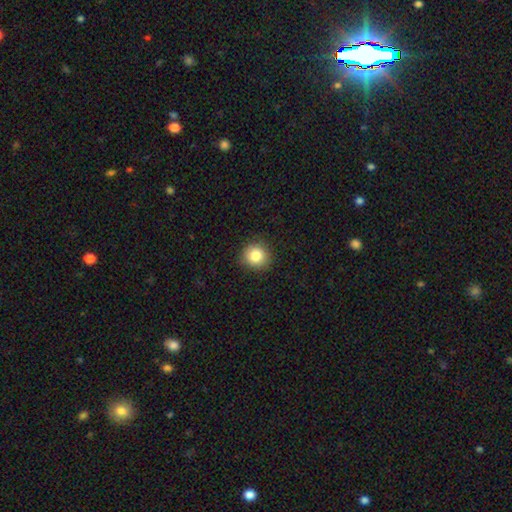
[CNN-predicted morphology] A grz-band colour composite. It shows a smooth galaxy with no disk features (84%) that is round (92%). Merging: none (89%).